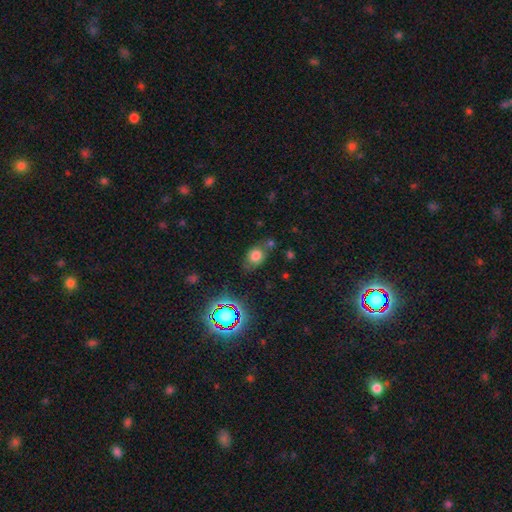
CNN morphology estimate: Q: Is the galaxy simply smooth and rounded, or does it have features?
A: smooth — 71%.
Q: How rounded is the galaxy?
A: in between — 59%.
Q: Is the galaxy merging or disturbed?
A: none — 65%.